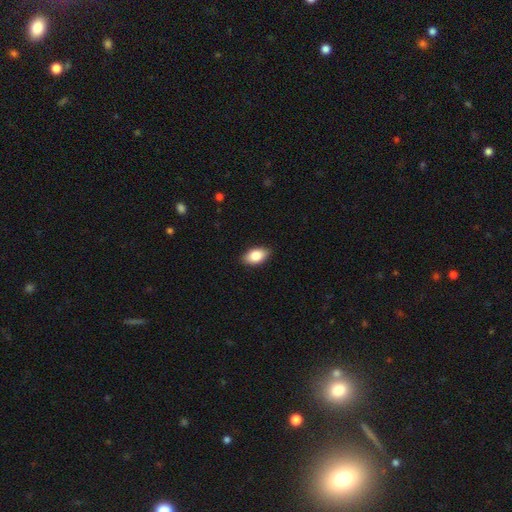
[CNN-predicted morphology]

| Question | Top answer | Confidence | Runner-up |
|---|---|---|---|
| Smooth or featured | smooth | 84% | featured or disk (9%) |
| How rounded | in between | 92% | round (6%) |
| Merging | none | 87% | minor disturbance (10%) |